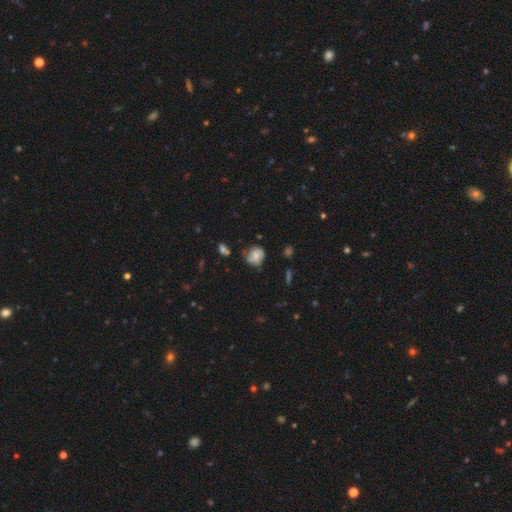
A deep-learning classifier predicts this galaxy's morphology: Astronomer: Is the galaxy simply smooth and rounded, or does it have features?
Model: featured or disk — 56% (runner-up: smooth, 35%).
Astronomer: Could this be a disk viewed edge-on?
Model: no — 97%.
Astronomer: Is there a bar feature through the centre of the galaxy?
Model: no — 53% (runner-up: weak, 38%).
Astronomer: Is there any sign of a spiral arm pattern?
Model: yes — 82%.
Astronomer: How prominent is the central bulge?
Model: moderate — 40% (runner-up: small, 38%).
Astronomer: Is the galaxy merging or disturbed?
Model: none — 58%.